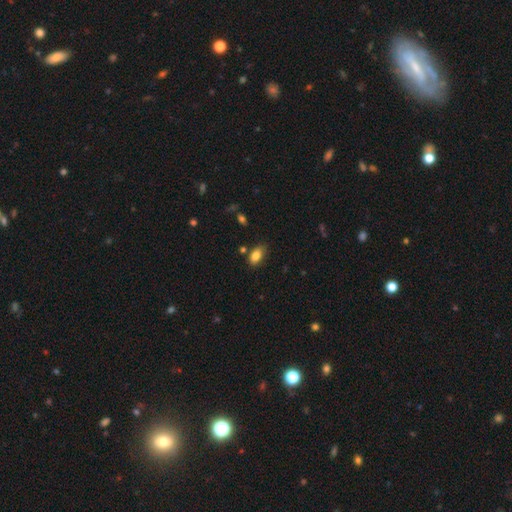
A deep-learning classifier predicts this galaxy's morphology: smooth-or-featured: smooth: 84% | star or artifact: 9% | featured or disk: 8%
  how-rounded: in between: 88% | round: 10% | cigar-shaped: 2%
  merging: none: 71% | minor disturbance: 20% | merger: 5% | major disturbance: 4%